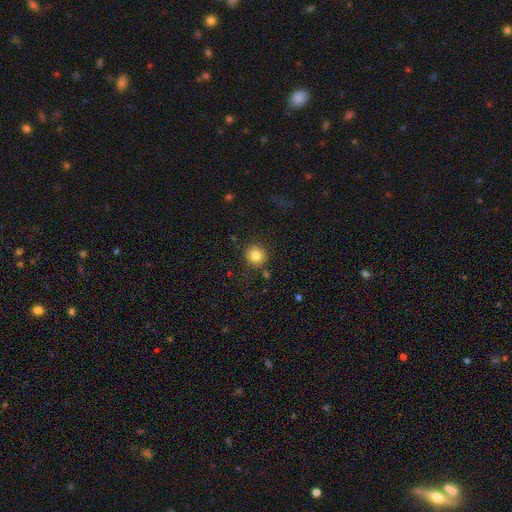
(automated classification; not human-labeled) Smooth or featured? Predicted: smooth (p=0.83). How rounded? Predicted: round (p=0.92). Merging? Predicted: none (p=0.85).